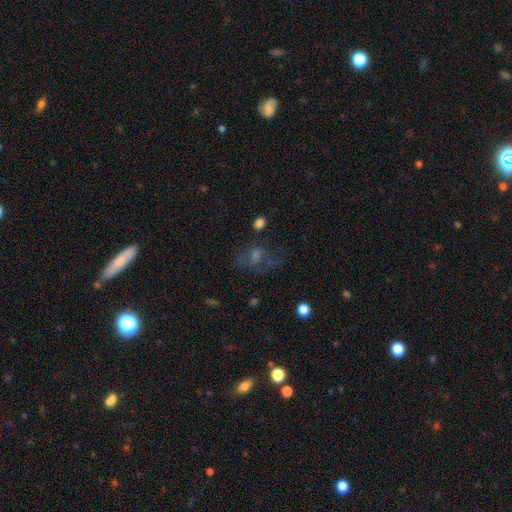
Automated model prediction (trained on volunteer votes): Q: Smooth or featured?
A: featured or disk (36%); tied with: smooth (36%)
Q: Merging?
A: none (51%); runner-up: major disturbance (26%)